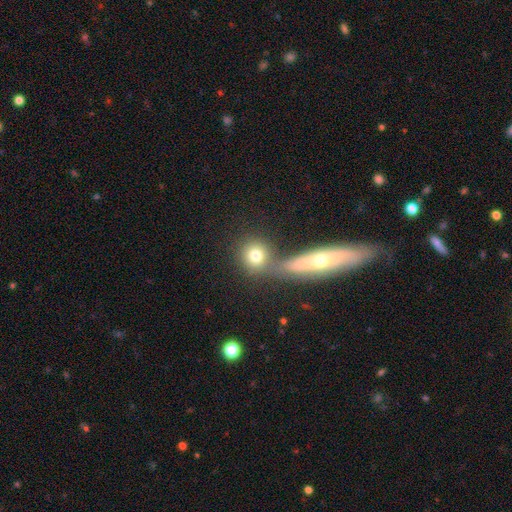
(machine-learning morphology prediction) Smooth or featured? Predicted: smooth (p=0.75). How rounded? Predicted: round (p=0.85). Merging? Predicted: none (p=0.55).